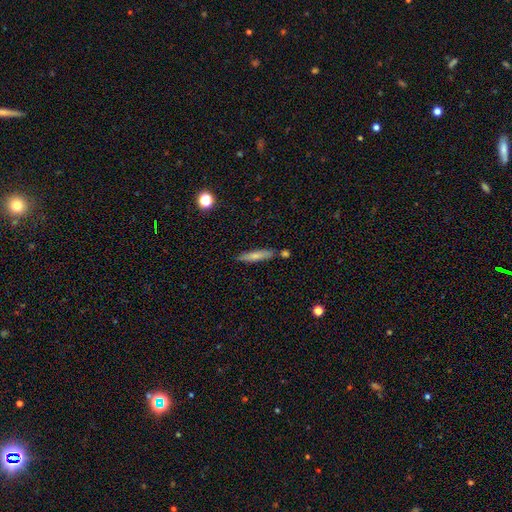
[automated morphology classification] type=smooth (67%); roundness=cigar-shaped (88%); merging=none (79%).